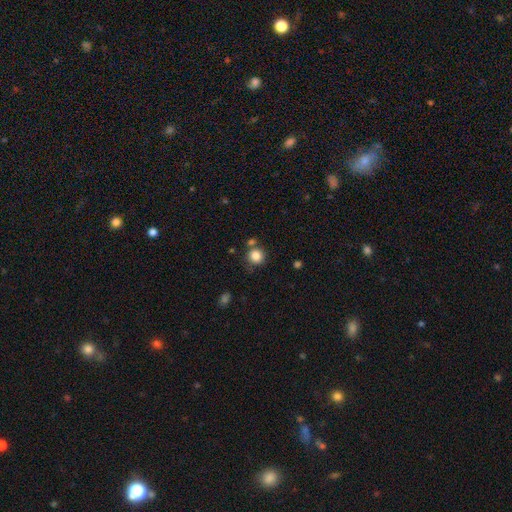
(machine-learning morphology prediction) This is clearly a smooth galaxy (84%). How rounded: clearly round (91%). Merging: likely none (73%).